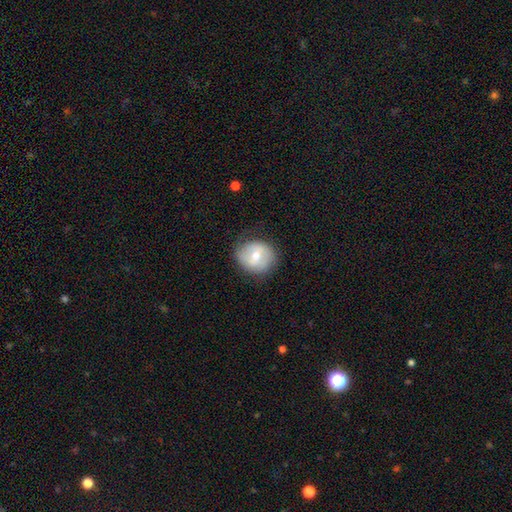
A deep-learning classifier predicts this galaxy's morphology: This appears to be a smooth galaxy with no disk features (53%) that is round (79%). Merging: none (74%).